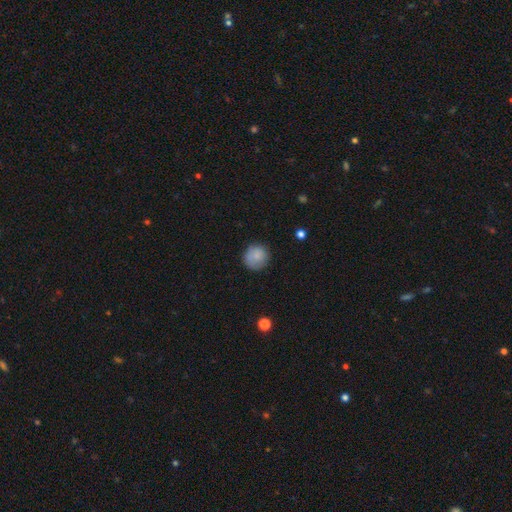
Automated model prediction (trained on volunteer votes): This is clearly a smooth galaxy (84%). How rounded: clearly round (92%). Merging: likely none (79%).